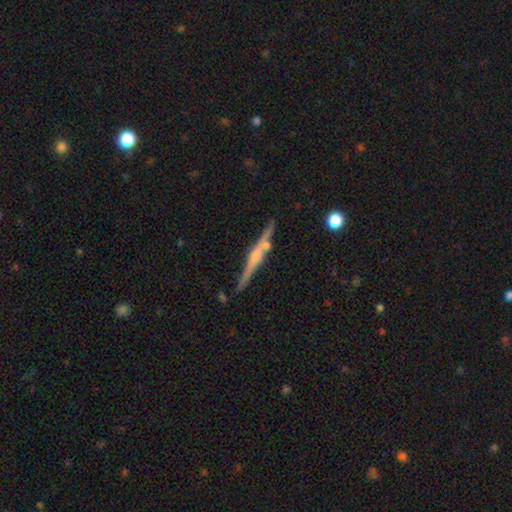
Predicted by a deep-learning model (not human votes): Q: Smooth or featured?
A: featured or disk (77%); runner-up: smooth (17%)
Q: Edge-on disk?
A: yes (98%); runner-up: no (2%)
Q: Edge-on bulge?
A: rounded (72%); runner-up: boxy (14%)
Q: Merging?
A: none (83%); runner-up: minor disturbance (10%)